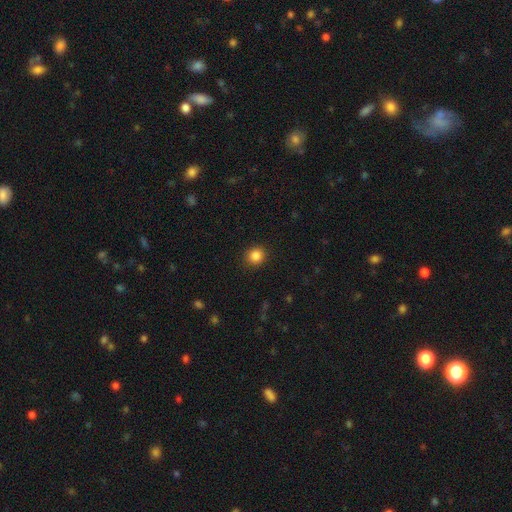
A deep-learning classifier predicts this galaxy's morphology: Q: Smooth or featured?
A: smooth (86%); runner-up: star or artifact (11%)
Q: How rounded?
A: round (88%); runner-up: in between (11%)
Q: Merging?
A: none (91%); runner-up: minor disturbance (6%)